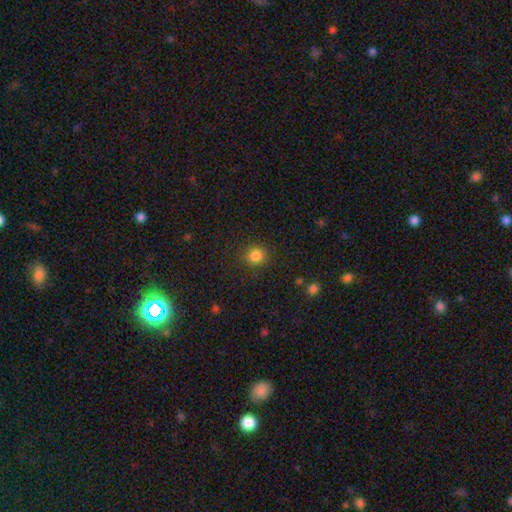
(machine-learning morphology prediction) A smooth galaxy with no disk features (83%) that is round (91%).

Vote fractions:
- Smooth or featured? smooth: 83% / star or artifact: 12% / featured or disk: 4%
- How rounded? round: 91% / in between: 9% / cigar-shaped: 1%
- Merging? none: 88% / minor disturbance: 8% / major disturbance: 3% / merger: 1%